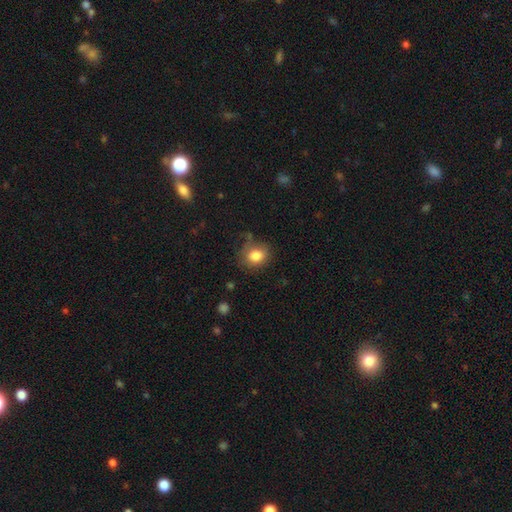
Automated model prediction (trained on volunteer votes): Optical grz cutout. It shows a smooth galaxy with no disk features (83%) that is round (63%). Merging: none (72%).